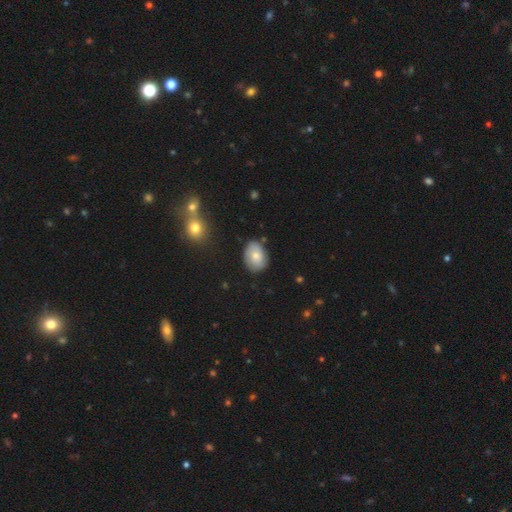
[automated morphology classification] Q: Smooth or featured?
A: smooth (67%); runner-up: featured or disk (26%)
Q: How rounded?
A: in between (73%); runner-up: round (26%)
Q: Merging?
A: none (77%); runner-up: minor disturbance (17%)